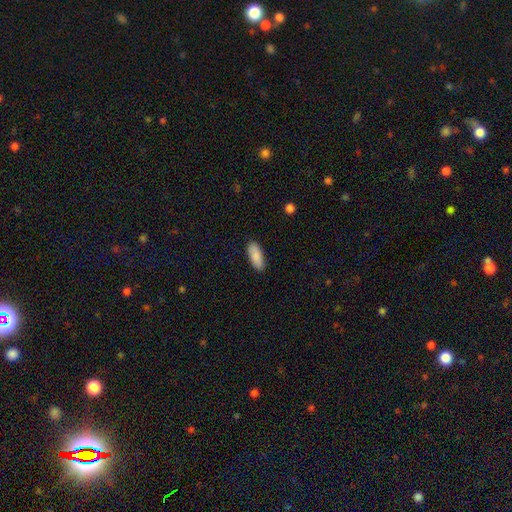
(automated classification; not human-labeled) smooth-or-featured: smooth: 87% | featured or disk: 7% | star or artifact: 6%
  how-rounded: in between: 79% | cigar-shaped: 20% | round: 2%
  merging: none: 88% | minor disturbance: 9% | major disturbance: 2% | merger: 1%